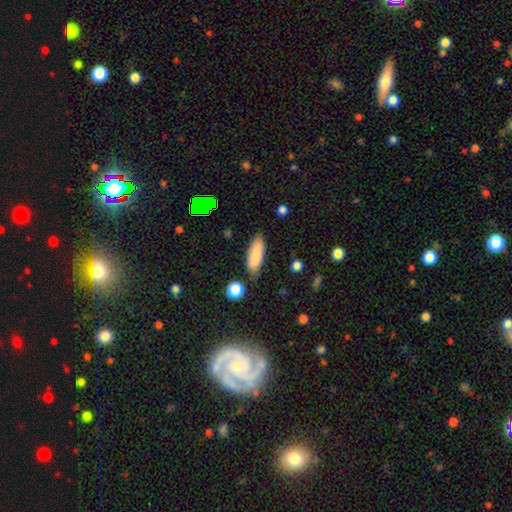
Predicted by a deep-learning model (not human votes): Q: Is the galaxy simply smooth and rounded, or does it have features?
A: smooth — 86%.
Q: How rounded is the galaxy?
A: in between — 64%.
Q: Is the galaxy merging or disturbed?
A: none — 79%.